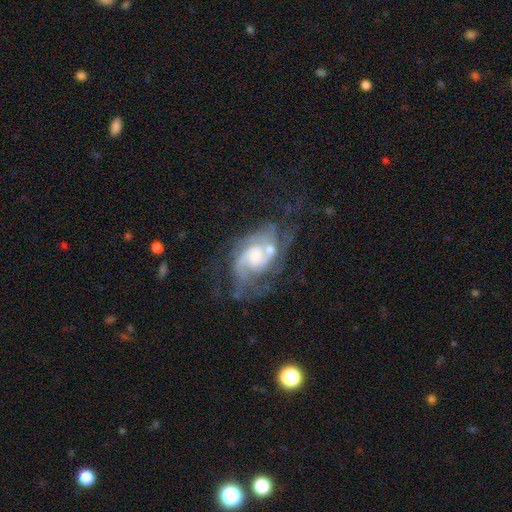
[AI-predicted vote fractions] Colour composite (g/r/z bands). It shows a featured or disk galaxy (84%) with no bar (66%), 2 (44%) medium (46%) spiral arms (93%) and a moderate central bulge (48%). Merging: none (39%).